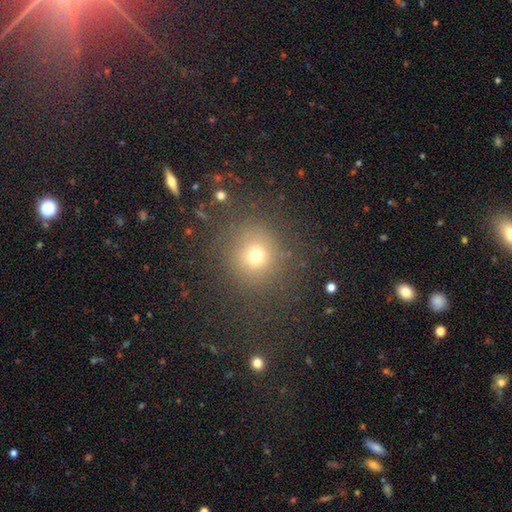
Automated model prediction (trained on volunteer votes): The model was most divided on "smooth or featured": smooth: 69%, star or artifact: 21%, featured or disk: 10%. More confident: how rounded — round (89%); merging — none (80%).